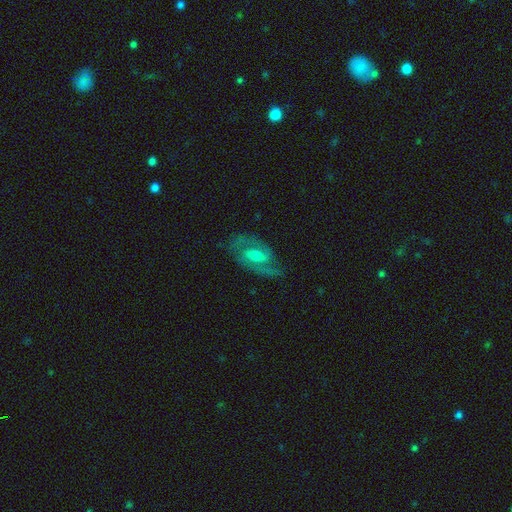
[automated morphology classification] type=featured or disk (82%); edge-on=no (96%); bar=weak (50%); spiral arms=yes (92%); winding=medium (54%); arm count=2 (86%); bulge=moderate (53%); merging=none (73%).